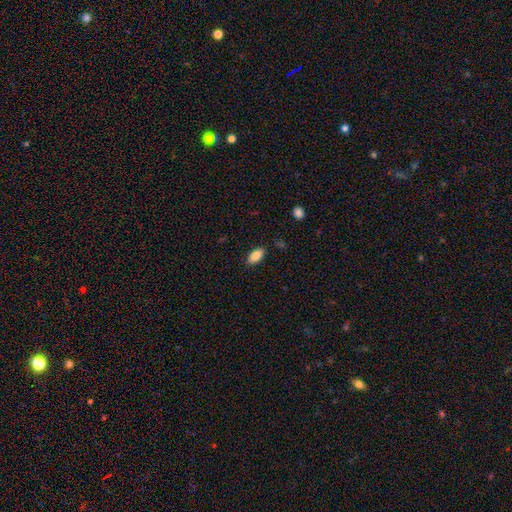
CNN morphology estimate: Overall: smooth (86%). How rounded: in between (90%). Merging: none (86%).